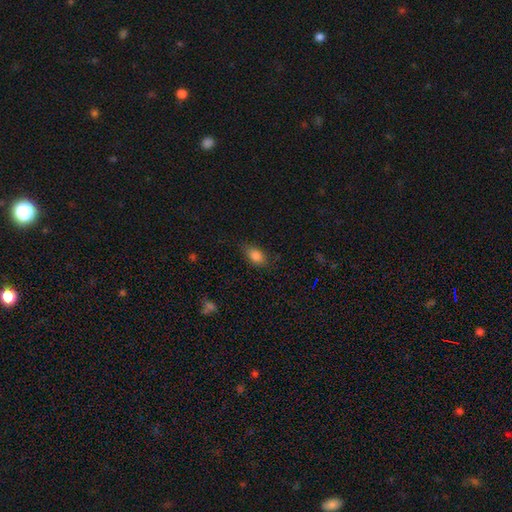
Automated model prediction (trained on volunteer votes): smooth 83%, star or artifact 10%, featured or disk 7%. Down the decision tree: how rounded — in between (86%); merging — none (78%).